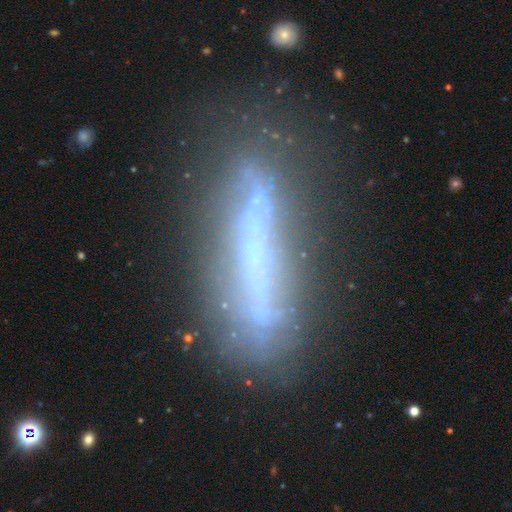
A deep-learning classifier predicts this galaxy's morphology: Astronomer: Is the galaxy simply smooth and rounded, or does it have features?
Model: featured or disk — 66%.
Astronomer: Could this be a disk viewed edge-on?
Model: yes — 60% (runner-up: no, 40%).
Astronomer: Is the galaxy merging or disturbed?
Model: none — 62%.